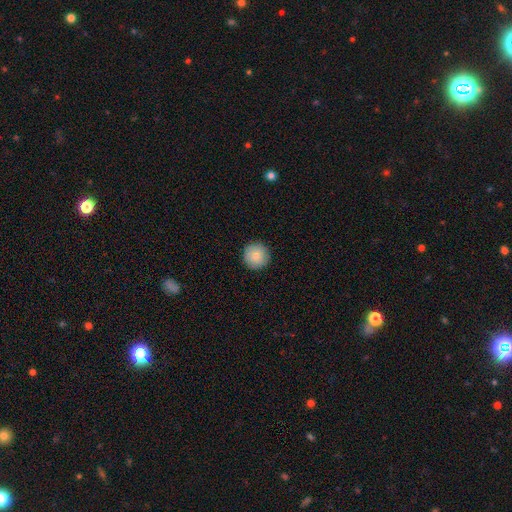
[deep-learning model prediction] The model was most divided on "smooth or featured": smooth: 85%, featured or disk: 8%, star or artifact: 7%. More confident: how rounded — round (96%); merging — none (91%).